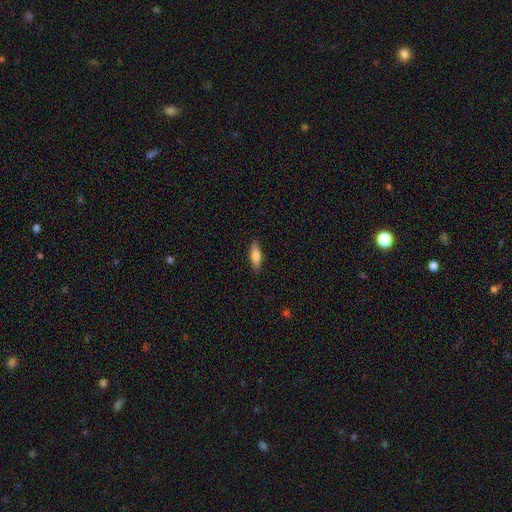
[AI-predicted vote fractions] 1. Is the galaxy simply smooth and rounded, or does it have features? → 76% smooth, 18% featured or disk, 6% star or artifact.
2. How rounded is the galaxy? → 52% in between, 45% cigar-shaped, 2% round.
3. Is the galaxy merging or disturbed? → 87% none, 10% minor disturbance, 2% major disturbance, 1% merger.